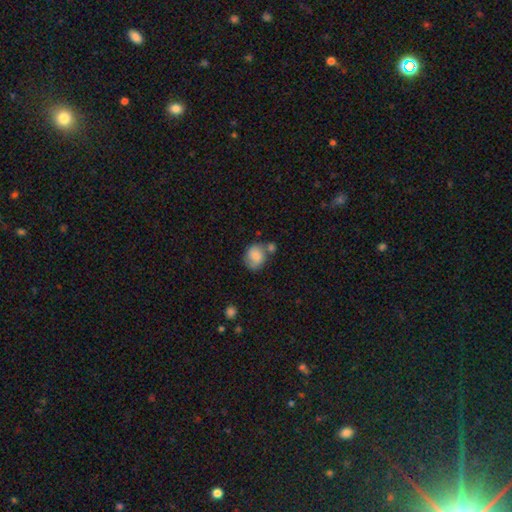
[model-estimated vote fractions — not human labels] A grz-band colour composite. It shows a smooth galaxy with no disk features (78%) that is round (61%). Merging: none (45%).